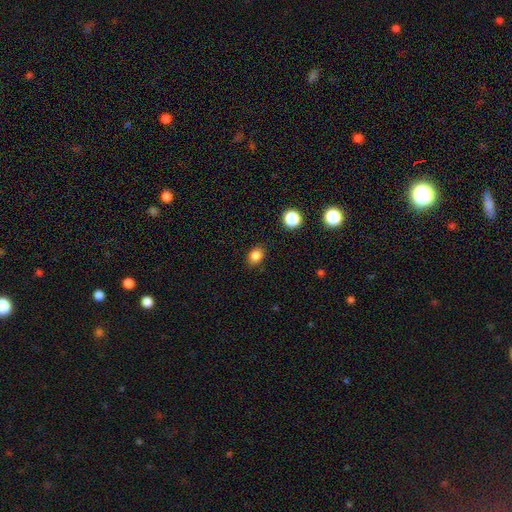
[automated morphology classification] Overall: smooth (84%). How rounded: in between (52%; round 47%). Merging: none (84%).